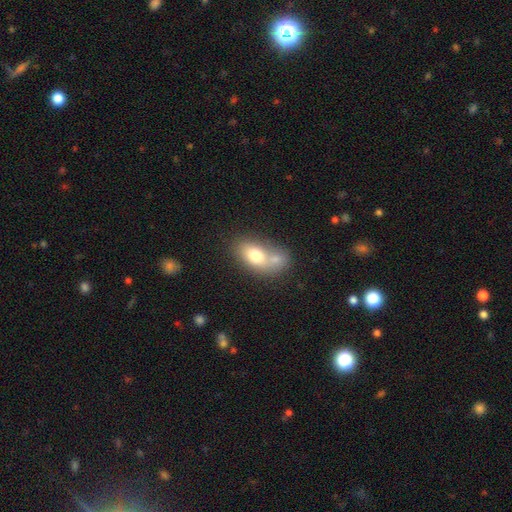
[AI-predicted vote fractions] This is likely a smooth galaxy (72%). How rounded: clearly in between (83%). Merging: possibly merger (53%).